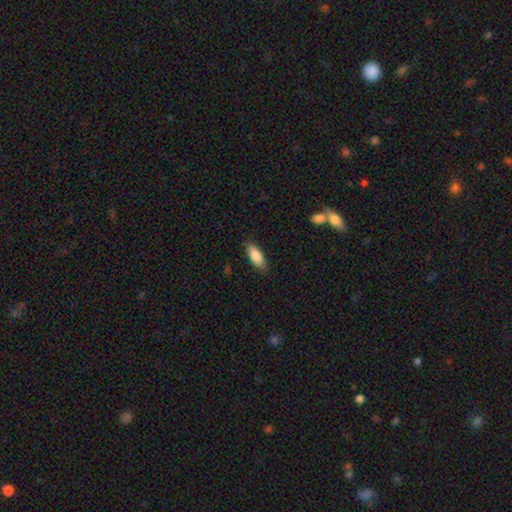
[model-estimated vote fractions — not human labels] A smooth galaxy with no disk features (86%) that is in between round and cigar-shaped (71%). Merging: none (86%).